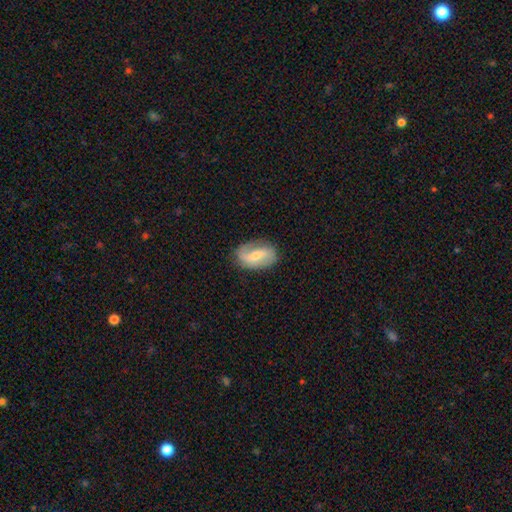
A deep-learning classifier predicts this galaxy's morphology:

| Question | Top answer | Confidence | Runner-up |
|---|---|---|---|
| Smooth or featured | featured or disk | 68% | smooth (26%) |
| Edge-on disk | no | 96% | yes (4%) |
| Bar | weak | 43% | strong (30%) |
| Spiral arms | yes | 86% | no (14%) |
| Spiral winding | loose | 41% | medium (38%) |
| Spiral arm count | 2 | 79% | 1 (10%) |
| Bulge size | moderate | 50% | small (44%) |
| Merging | none | 77% | minor disturbance (17%) |